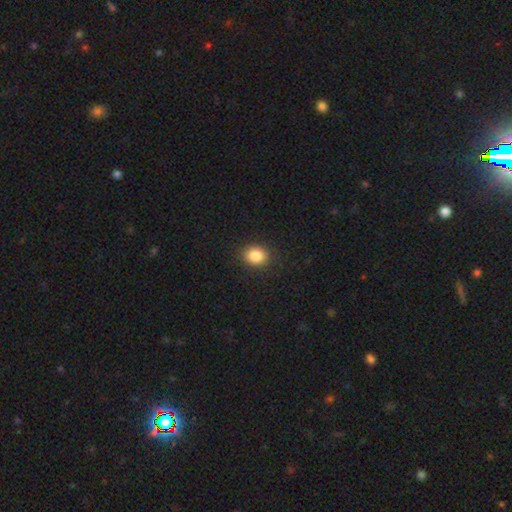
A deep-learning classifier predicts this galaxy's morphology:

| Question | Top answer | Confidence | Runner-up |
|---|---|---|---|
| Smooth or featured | smooth | 86% | star or artifact (9%) |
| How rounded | round | 57% | in between (42%) |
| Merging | none | 88% | minor disturbance (8%) |